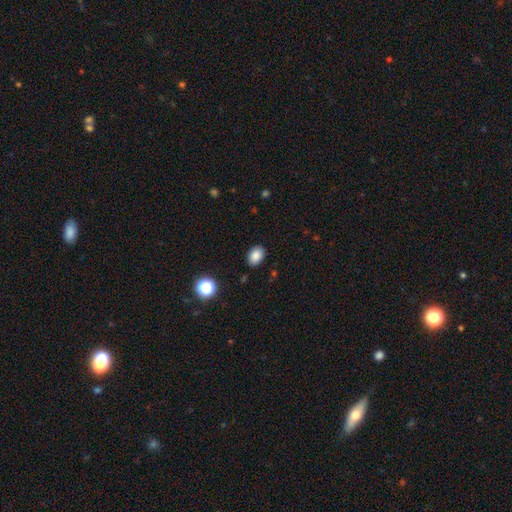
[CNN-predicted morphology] Smooth or featured?
  - smooth: 86% *
  - star or artifact: 10%
  - featured or disk: 4%
How rounded?
  - in between: 78% *
  - round: 21%
  - cigar-shaped: 1%
Merging?
  - none: 87% *
  - minor disturbance: 9%
  - major disturbance: 2%
  - merger: 1%